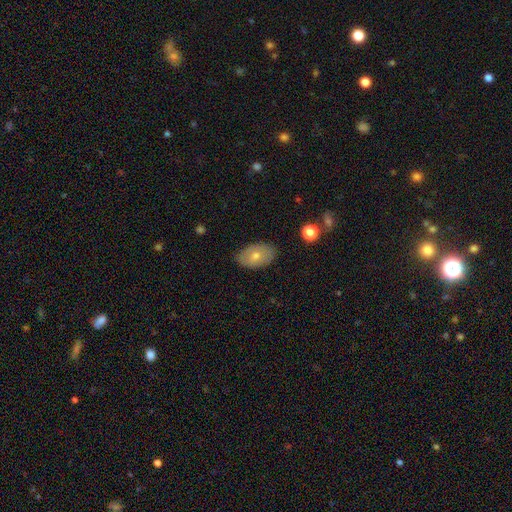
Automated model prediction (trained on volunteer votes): Smooth or featured?
  - smooth: 60% *
  - featured or disk: 31%
  - star or artifact: 8%
How rounded?
  - in between: 89% *
  - round: 10%
  - cigar-shaped: 1%
Merging?
  - none: 83% *
  - minor disturbance: 13%
  - major disturbance: 3%
  - merger: 1%